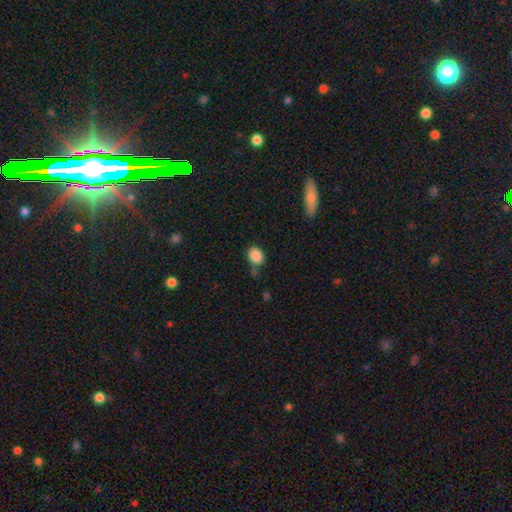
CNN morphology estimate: Q: Smooth or featured?
A: smooth (87%); runner-up: star or artifact (9%)
Q: How rounded?
A: round (53%); runner-up: in between (46%)
Q: Merging?
A: none (66%); runner-up: minor disturbance (20%)